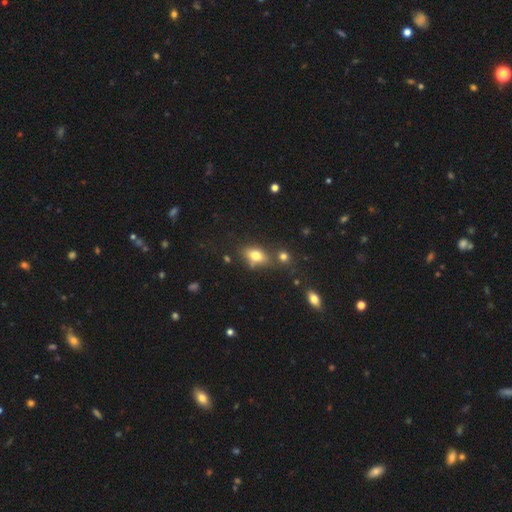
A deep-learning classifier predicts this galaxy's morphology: Smooth or featured? Predicted: smooth (p=0.75). How rounded? Predicted: in between (p=0.81). Merging? Predicted: none (p=0.65).